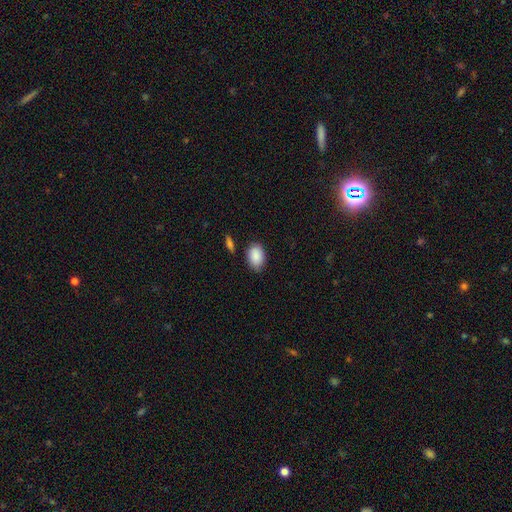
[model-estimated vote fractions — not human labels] This is clearly a smooth galaxy (89%). How rounded: clearly in between (87%). Merging: likely none (78%).